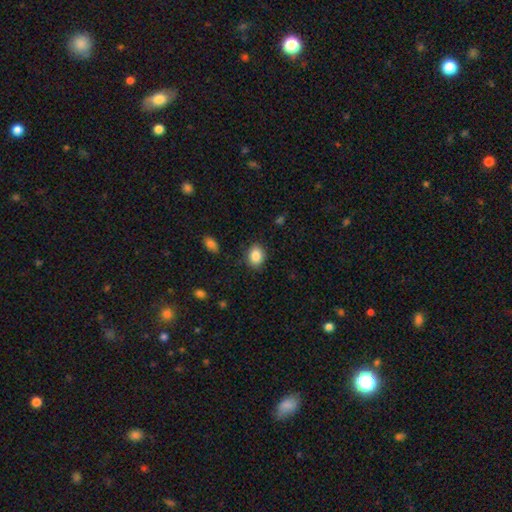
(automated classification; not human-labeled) This appears to be a smooth galaxy with no disk features (87%) that is in between round and cigar-shaped (57%). Merging: none (87%).